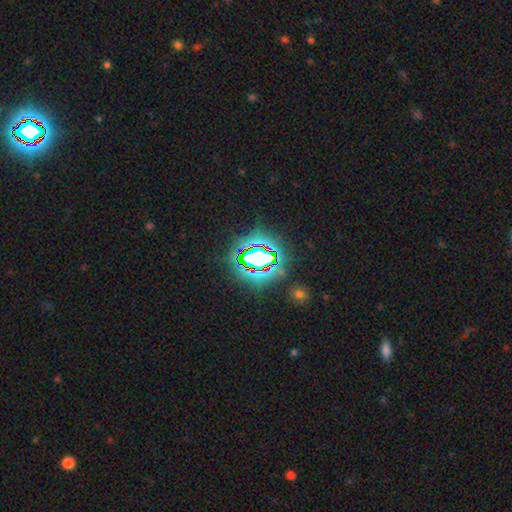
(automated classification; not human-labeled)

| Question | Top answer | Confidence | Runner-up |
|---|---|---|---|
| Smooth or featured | star or artifact | 77% | smooth (14%) |